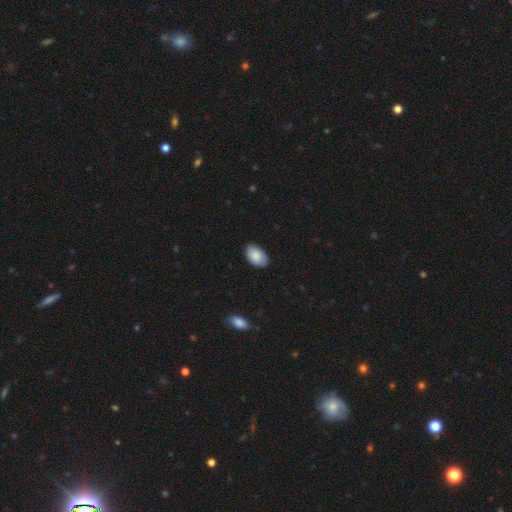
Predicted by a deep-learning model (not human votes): Morphology: type=smooth (87%); roundness=in between (91%); merging=none (84%).